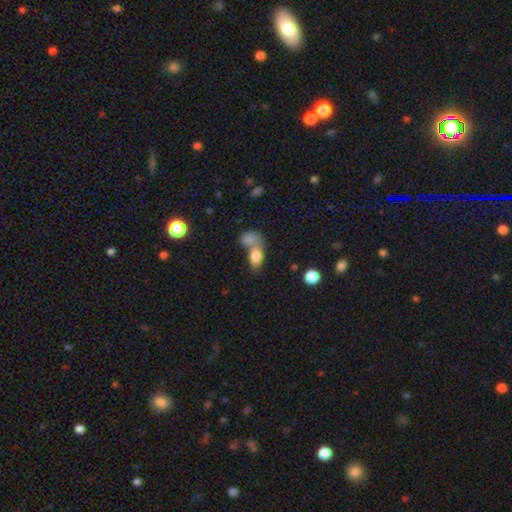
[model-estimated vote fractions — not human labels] Smooth or featured: smooth — 80% (featured or disk — 11%)
How rounded: in between — 88% (round — 8%)
Merging: merger — 58% (none — 28%)